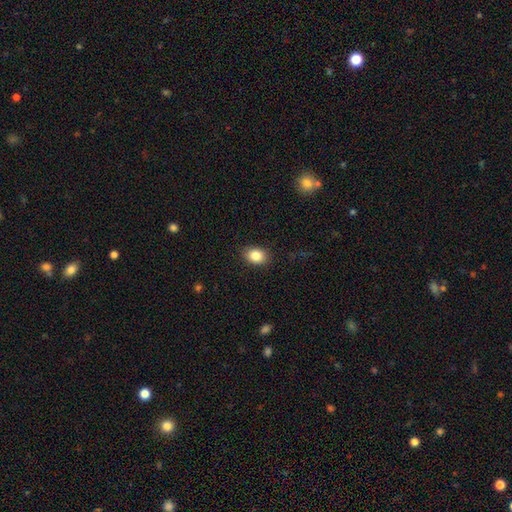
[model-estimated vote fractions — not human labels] Smooth or featured? Predicted: smooth (p=0.85). How rounded? Predicted: in between (p=0.65). Merging? Predicted: none (p=0.87).